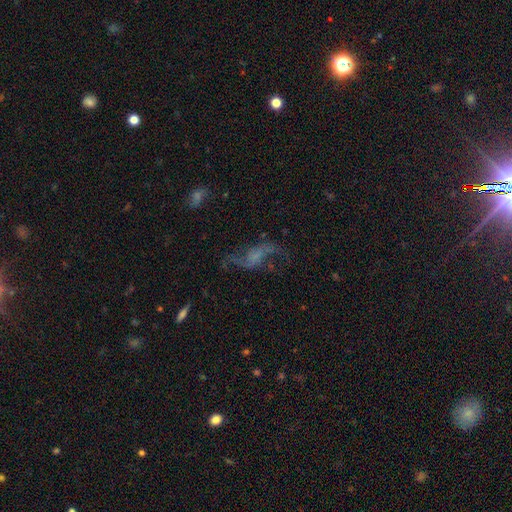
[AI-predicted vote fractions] Q: Smooth or featured?
A: featured or disk (67%); runner-up: smooth (19%)
Q: Edge-on disk?
A: no (93%); runner-up: yes (7%)
Q: Bar?
A: no (55%); runner-up: weak (32%)
Q: Spiral arms?
A: yes (80%); runner-up: no (20%)
Q: Bulge size?
A: none (64%); runner-up: small (21%)
Q: Merging?
A: none (51%); runner-up: major disturbance (27%)